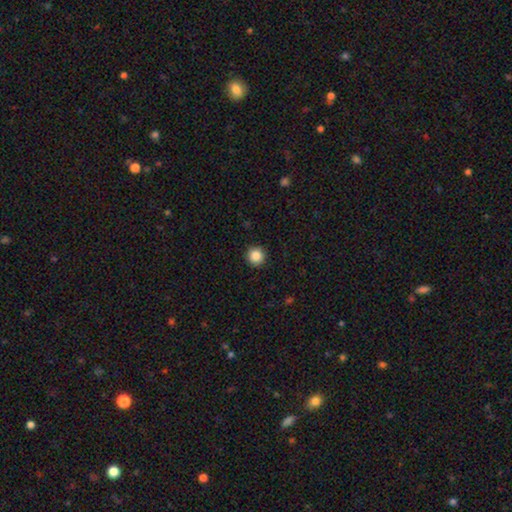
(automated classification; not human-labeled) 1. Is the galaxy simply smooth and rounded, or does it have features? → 87% smooth, 10% star or artifact, 3% featured or disk.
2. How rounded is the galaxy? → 96% round, 3% in between, 1% cigar-shaped.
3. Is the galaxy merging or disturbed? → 93% none, 5% minor disturbance, 2% major disturbance, 1% merger.